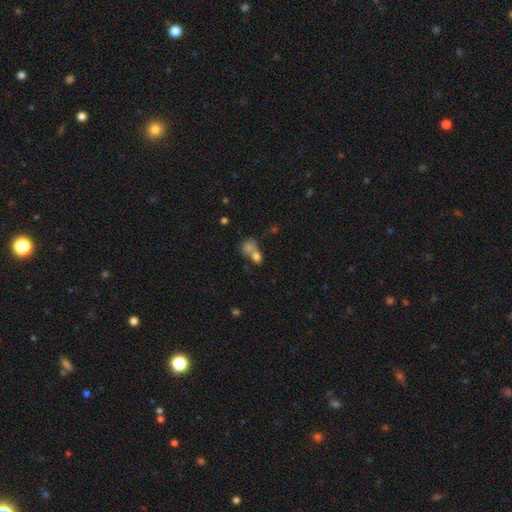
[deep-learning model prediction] Overall: smooth (50%; star or artifact 29%). Merging: none (42%; merger 38%).